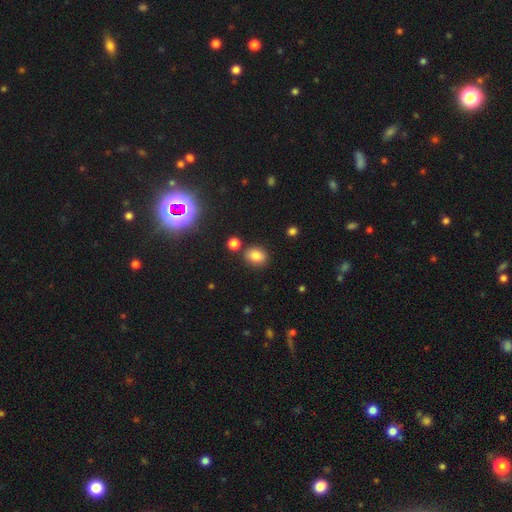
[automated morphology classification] Smooth or featured: smooth — 82% (star or artifact — 12%)
How rounded: in between — 62% (round — 37%)
Merging: none — 78% (minor disturbance — 11%)